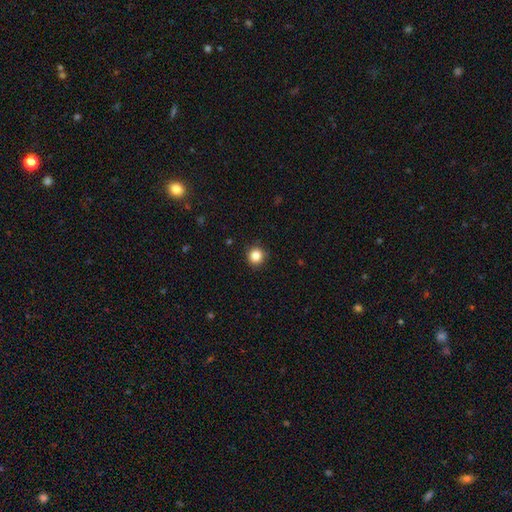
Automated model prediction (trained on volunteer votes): Smooth or featured? smooth (86%)
How rounded? round (92%)
Merging? none (90%)